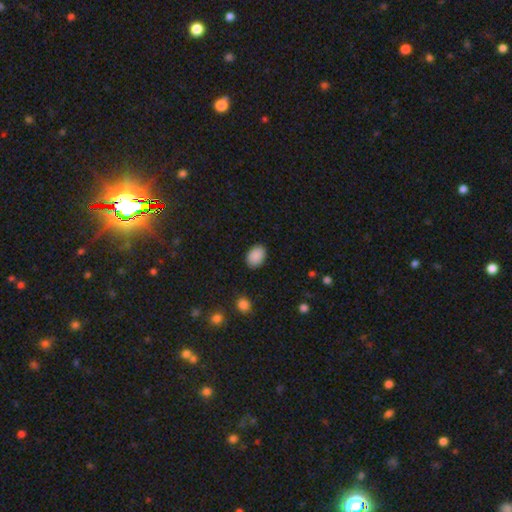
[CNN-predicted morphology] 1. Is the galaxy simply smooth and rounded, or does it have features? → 90% smooth, 8% star or artifact, 3% featured or disk.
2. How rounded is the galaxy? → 78% in between, 21% round, 1% cigar-shaped.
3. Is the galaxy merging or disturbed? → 87% none, 9% minor disturbance, 2% major disturbance, 1% merger.